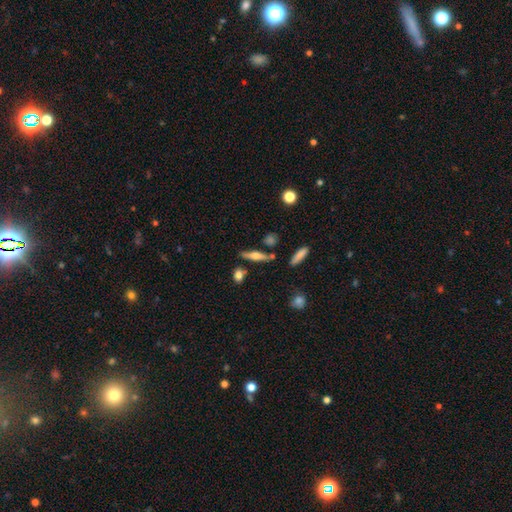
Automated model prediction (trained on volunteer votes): A smooth galaxy with no disk features (47%). Merging: none (77%).